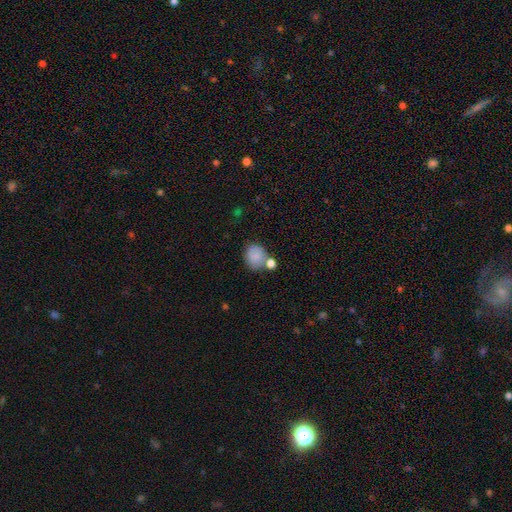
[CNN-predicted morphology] type=smooth (83%); roundness=round (72%); merging=none (55%).